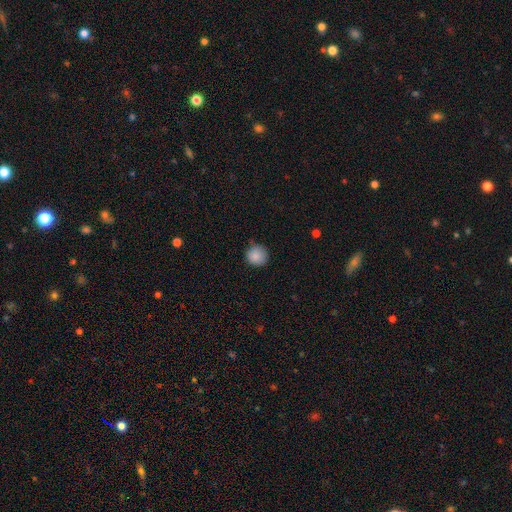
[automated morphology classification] This is clearly a smooth galaxy (87%). How rounded: clearly round (94%). Merging: clearly none (82%).